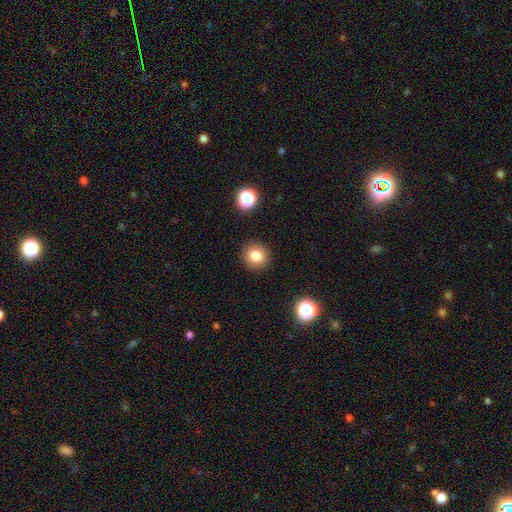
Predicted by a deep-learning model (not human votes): The model was most divided on "smooth or featured": smooth: 82%, star or artifact: 12%, featured or disk: 7%. More confident: how rounded — round (93%); merging — none (91%).